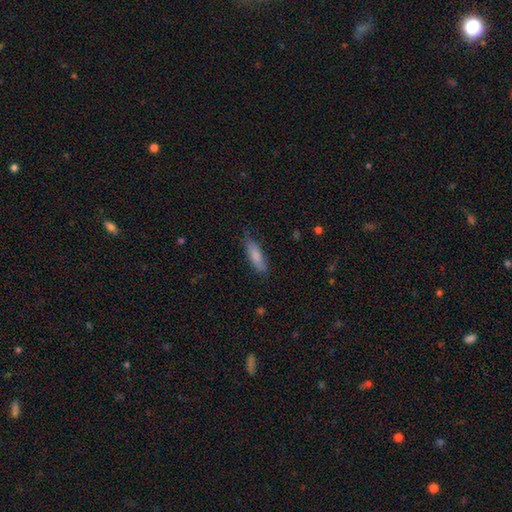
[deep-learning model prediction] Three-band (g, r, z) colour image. It shows a smooth galaxy with no disk features (82%) that is cigar-shaped (53%). Merging: none (76%).